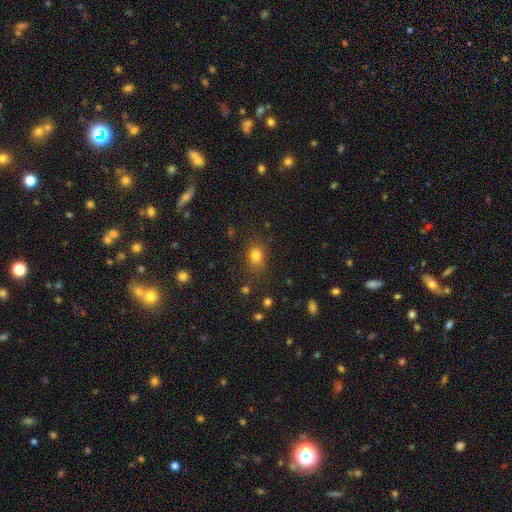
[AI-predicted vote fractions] Morphology: type=smooth (80%); roundness=round (53%); merging=none (74%).